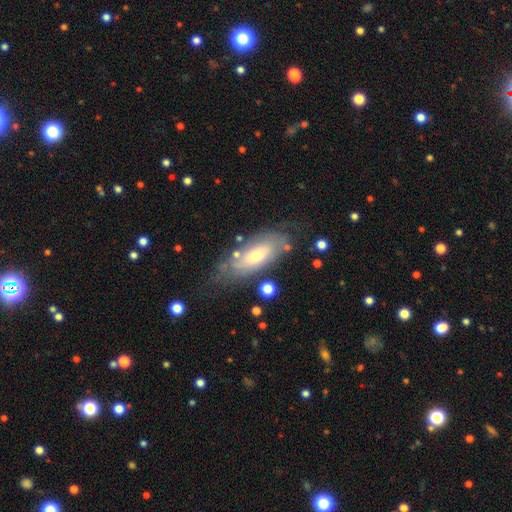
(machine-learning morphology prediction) A featured or disk galaxy (57%).

Vote fractions:
- Smooth or featured? featured or disk: 57% / smooth: 37% / star or artifact: 7%
- Edge-on disk? no: 81% / yes: 19%
- Merging? none: 65% / minor disturbance: 22% / major disturbance: 9% / merger: 4%